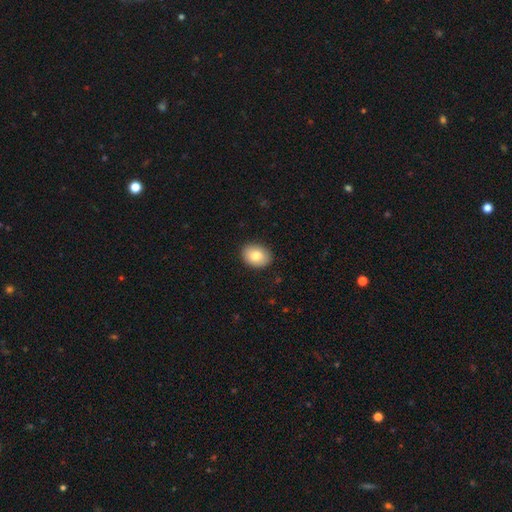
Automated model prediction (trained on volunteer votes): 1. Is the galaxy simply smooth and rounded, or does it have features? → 82% smooth, 10% featured or disk, 8% star or artifact.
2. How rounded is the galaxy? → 66% in between, 33% round, 1% cigar-shaped.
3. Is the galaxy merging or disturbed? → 88% none, 9% minor disturbance, 2% major disturbance, 1% merger.